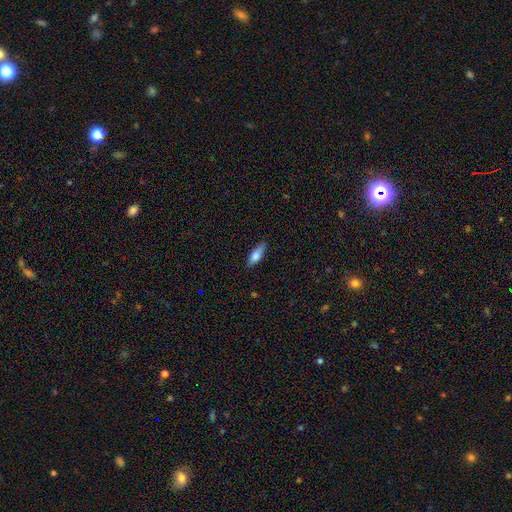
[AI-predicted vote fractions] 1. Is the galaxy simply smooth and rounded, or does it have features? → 73% smooth, 21% featured or disk, 7% star or artifact.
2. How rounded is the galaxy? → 57% in between, 41% cigar-shaped, 2% round.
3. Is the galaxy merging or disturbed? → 81% none, 15% minor disturbance, 3% major disturbance, 1% merger.